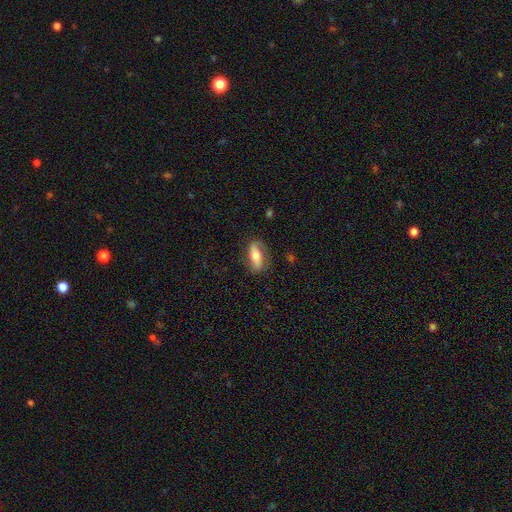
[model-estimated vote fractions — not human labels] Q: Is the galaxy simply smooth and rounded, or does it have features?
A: smooth — 51%.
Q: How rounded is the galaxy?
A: in between — 68%.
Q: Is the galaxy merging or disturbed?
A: none — 77%.